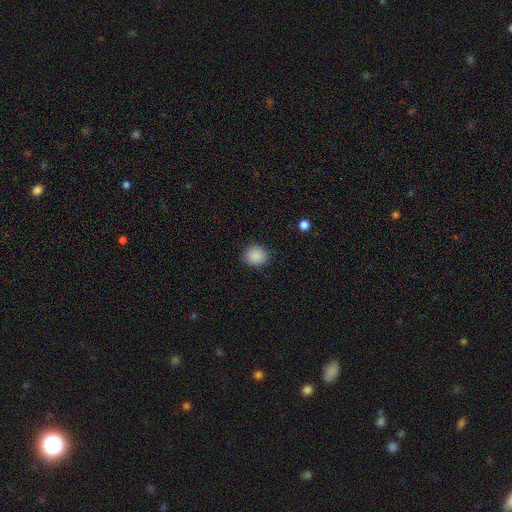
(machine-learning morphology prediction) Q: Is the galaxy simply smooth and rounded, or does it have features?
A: smooth — 88%.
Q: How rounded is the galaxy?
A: round — 77%.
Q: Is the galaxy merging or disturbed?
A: none — 88%.